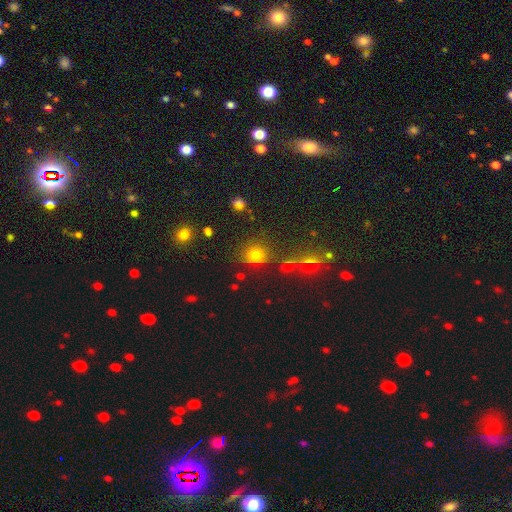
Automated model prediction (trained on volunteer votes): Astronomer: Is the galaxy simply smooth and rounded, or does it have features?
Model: smooth — 68%.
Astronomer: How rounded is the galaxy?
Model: round — 80%.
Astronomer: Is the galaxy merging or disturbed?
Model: none — 77%.